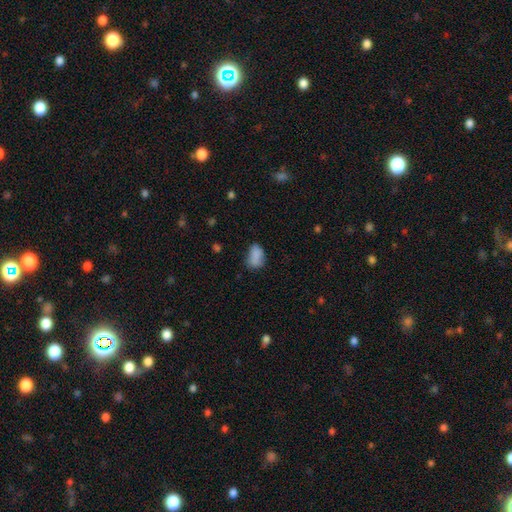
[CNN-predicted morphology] smooth 82%, star or artifact 9%, featured or disk 9%. Down the decision tree: how rounded — in between (87%); merging — none (56%).